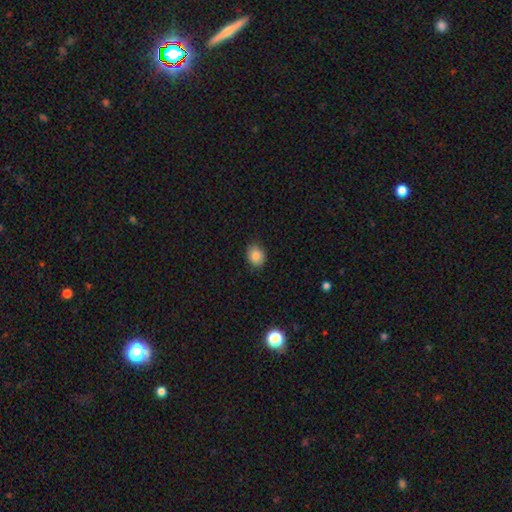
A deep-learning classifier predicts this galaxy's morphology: A smooth galaxy with no disk features (86%) that is round (55%).

Vote fractions:
- Smooth or featured? smooth: 86% / star or artifact: 9% / featured or disk: 5%
- How rounded? round: 55% / in between: 44% / cigar-shaped: 1%
- Merging? none: 85% / minor disturbance: 12% / major disturbance: 2% / merger: 1%